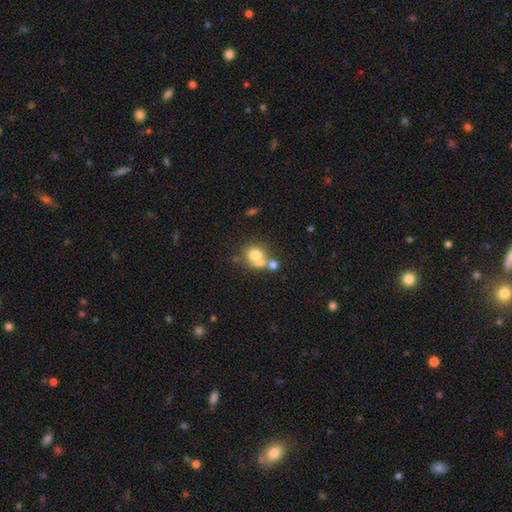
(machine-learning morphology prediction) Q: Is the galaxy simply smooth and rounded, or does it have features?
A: smooth — 70%.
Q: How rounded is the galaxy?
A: round — 78%.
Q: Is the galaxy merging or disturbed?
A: merger — 44%.